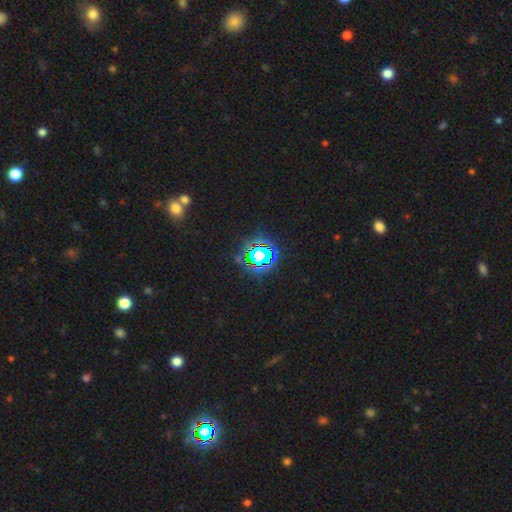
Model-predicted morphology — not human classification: This is likely a star or artifact rather than a galaxy (74%).